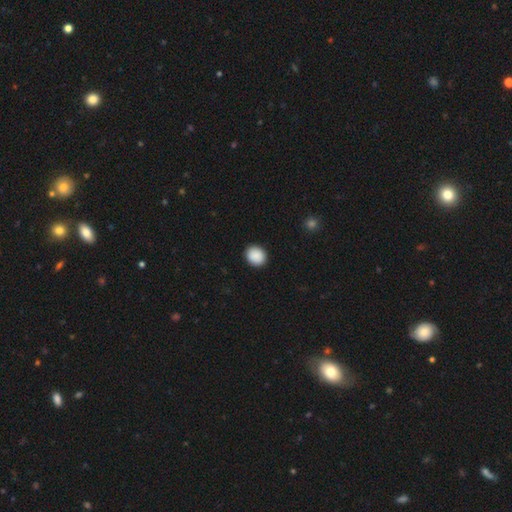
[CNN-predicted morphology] smooth 90%, star or artifact 7%, featured or disk 2%. Down the decision tree: how rounded — round (74%); merging — none (92%).